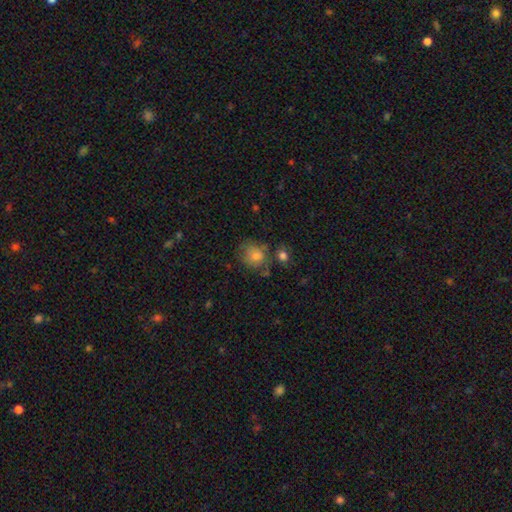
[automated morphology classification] This is likely a smooth galaxy (69%). How rounded: likely round (74%). Merging: likely none (61%).